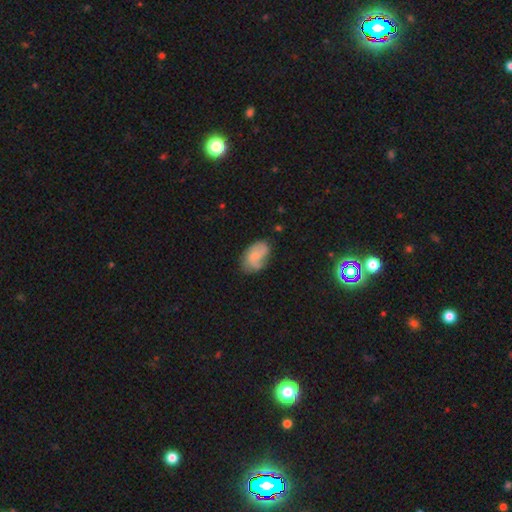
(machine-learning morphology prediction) Overall: smooth (54%; featured or disk 38%). How rounded: in between (90%). Merging: none (60%; minor disturbance 27%).